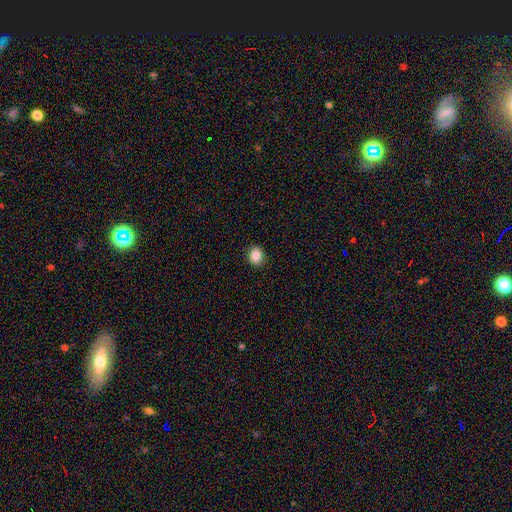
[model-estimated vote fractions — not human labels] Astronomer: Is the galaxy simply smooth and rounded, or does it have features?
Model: smooth — 87%.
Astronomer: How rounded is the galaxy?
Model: round — 55% (runner-up: in between, 44%).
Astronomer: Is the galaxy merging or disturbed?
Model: none — 89%.